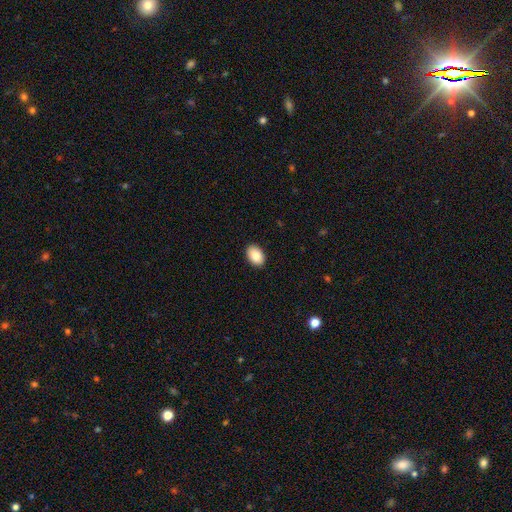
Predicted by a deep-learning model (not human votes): This appears to be a smooth galaxy with no disk features (88%) that is in between round and cigar-shaped (87%). Merging: none (90%).